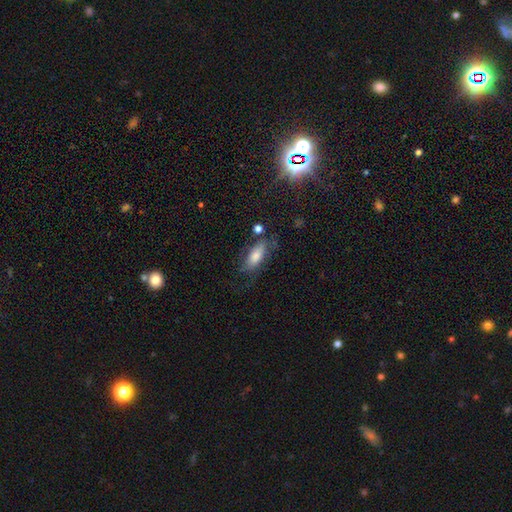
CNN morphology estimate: Smooth or featured: smooth — 64% (featured or disk — 24%)
How rounded: in between — 73% (cigar-shaped — 24%)
Merging: none — 63% (minor disturbance — 22%)